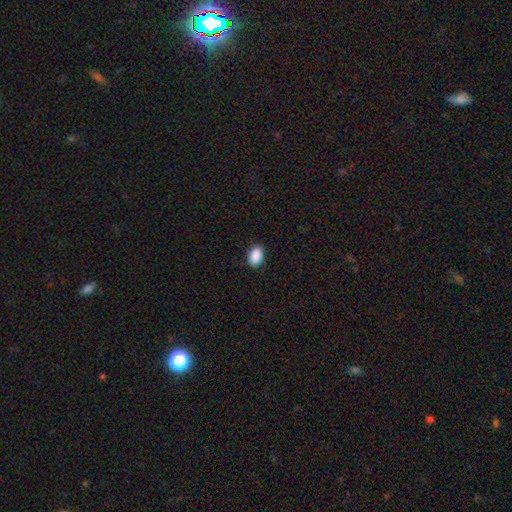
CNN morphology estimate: Smooth or featured? Predicted: smooth (p=0.91). How rounded? Predicted: in between (p=0.88). Merging? Predicted: none (p=0.89).